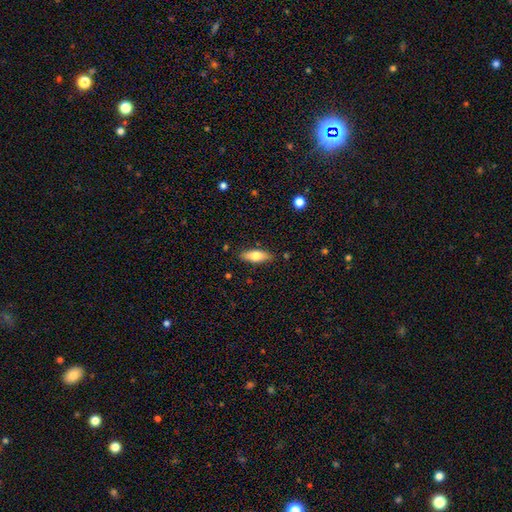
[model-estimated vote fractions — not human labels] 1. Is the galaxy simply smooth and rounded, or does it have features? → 67% smooth, 27% featured or disk, 6% star or artifact.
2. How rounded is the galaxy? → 65% in between, 32% cigar-shaped, 3% round.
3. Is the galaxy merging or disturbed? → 85% none, 11% minor disturbance, 2% major disturbance, 2% merger.